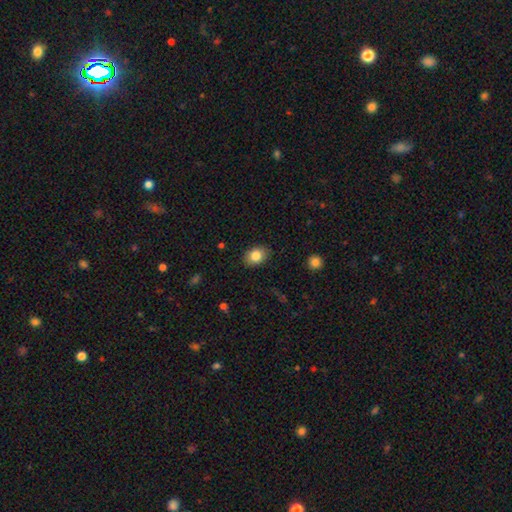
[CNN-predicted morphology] Smooth or featured: smooth — 83% (star or artifact — 8%)
How rounded: in between — 70% (round — 29%)
Merging: none — 87% (minor disturbance — 10%)